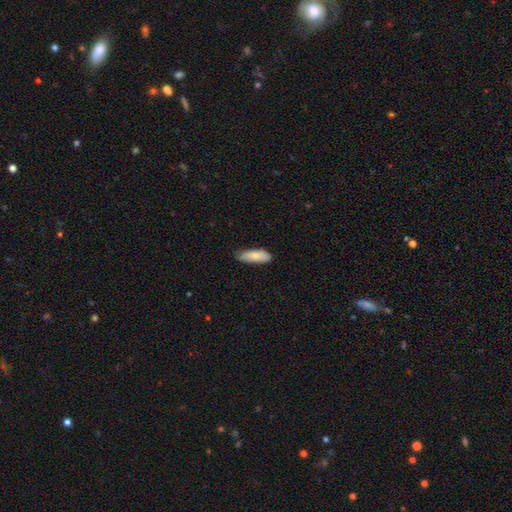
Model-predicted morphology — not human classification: This is clearly a smooth galaxy (82%). How rounded: likely in between (64%). Merging: likely none (68%).